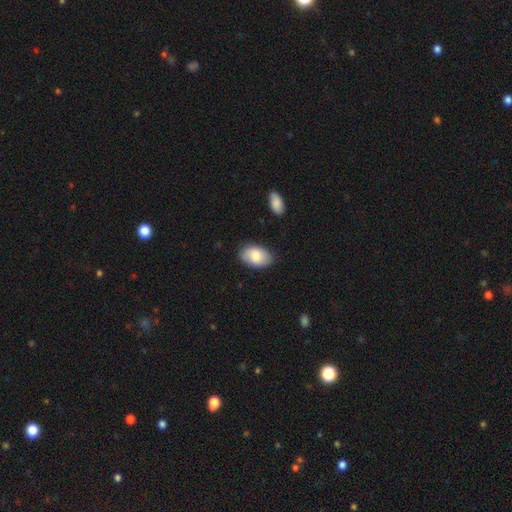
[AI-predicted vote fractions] Smooth or featured? smooth (80%)
How rounded? in between (93%)
Merging? none (82%)